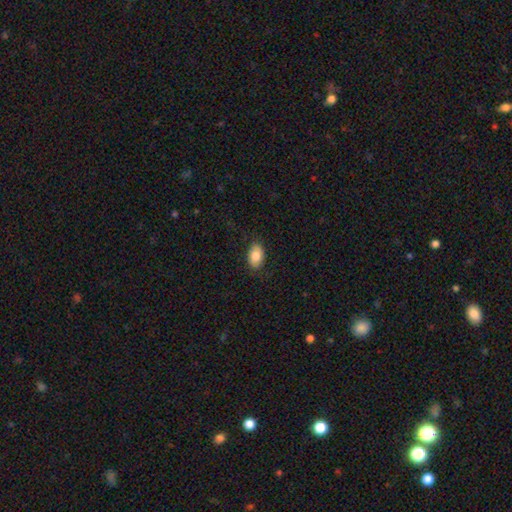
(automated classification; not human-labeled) A smooth galaxy with no disk features (81%) that is in between round and cigar-shaped (90%).

Vote fractions:
- Smooth or featured? smooth: 81% / featured or disk: 12% / star or artifact: 7%
- How rounded? in between: 90% / round: 8% / cigar-shaped: 1%
- Merging? none: 84% / minor disturbance: 12% / major disturbance: 3% / merger: 1%